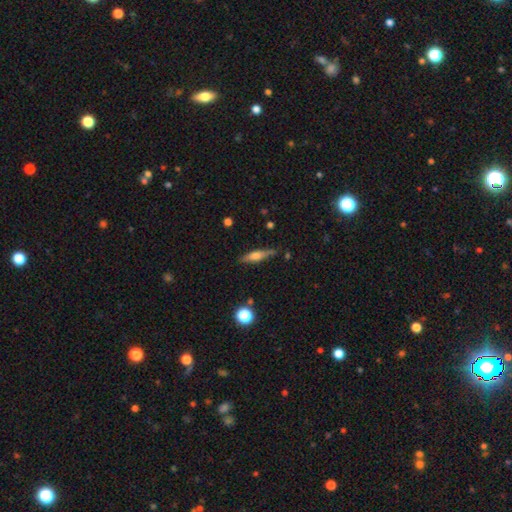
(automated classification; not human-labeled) Smooth or featured?
  - featured or disk: 52% *
  - smooth: 40%
  - star or artifact: 8%
Edge-on disk?
  - yes: 94% *
  - no: 6%
Merging?
  - none: 82% *
  - minor disturbance: 13%
  - major disturbance: 3%
  - merger: 2%